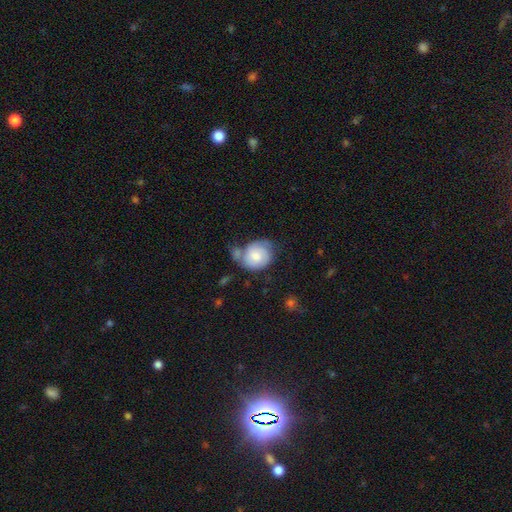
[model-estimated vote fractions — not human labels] The model was most divided on "merging": none: 35%, minor disturbance: 26%, merger: 25%, major disturbance: 14%. More confident: smooth or featured — smooth (66%); how rounded — round (65%).